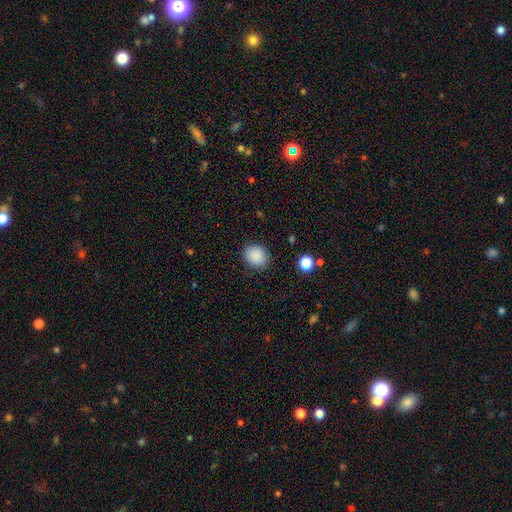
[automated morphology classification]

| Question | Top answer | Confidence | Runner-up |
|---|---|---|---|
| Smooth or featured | smooth | 88% | star or artifact (9%) |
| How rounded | round | 62% | in between (37%) |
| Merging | none | 87% | minor disturbance (9%) |